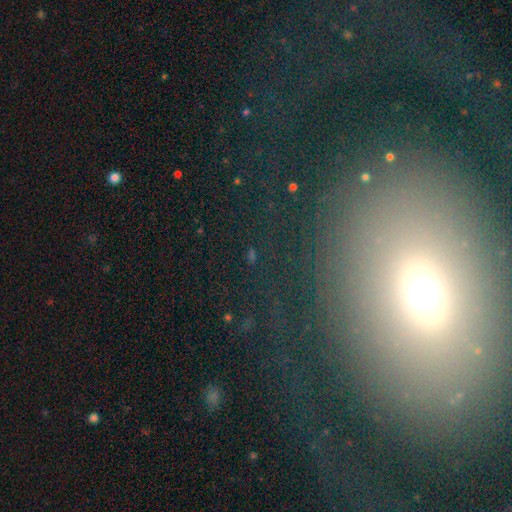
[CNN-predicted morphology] Smooth or featured? star or artifact (50%)